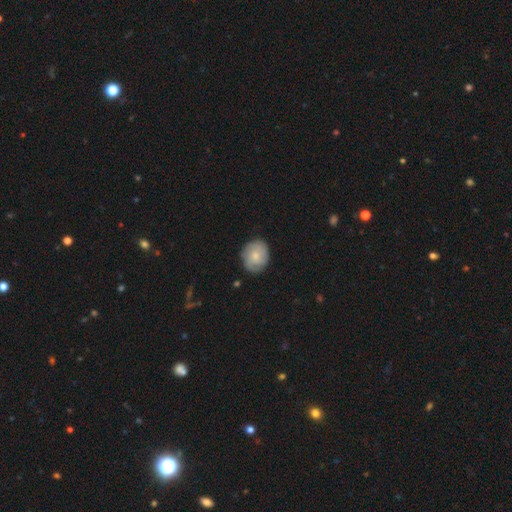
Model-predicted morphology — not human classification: This is possibly a smooth galaxy (59%). How rounded: likely round (67%). Merging: likely none (79%).